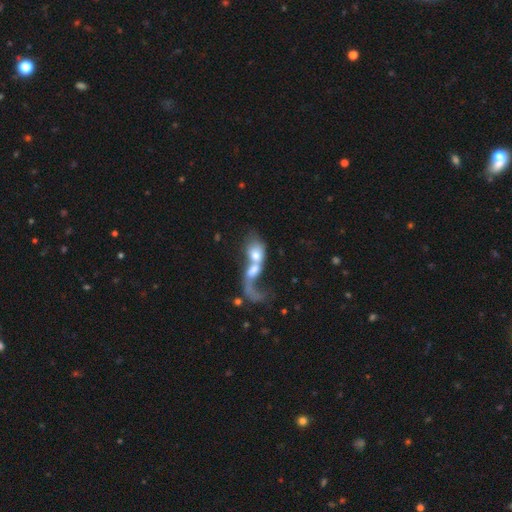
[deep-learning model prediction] smooth_or_featured: smooth (p=0.51) [alt: featured or disk p=0.40]
how_rounded: in between (p=0.62) [alt: round p=0.31]
merging: merger (p=0.75) [alt: major disturbance p=0.15]